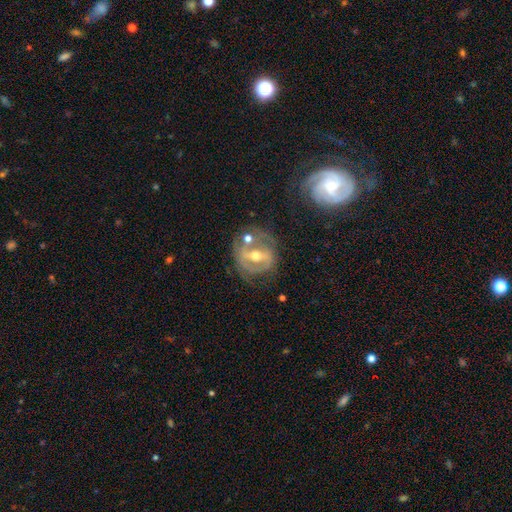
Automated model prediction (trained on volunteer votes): A featured or disk galaxy (80%) with a strong bar (60%), 2 (57%) tight (48%) spiral arms (71%) and a moderate central bulge (66%). Merging: none (59%).